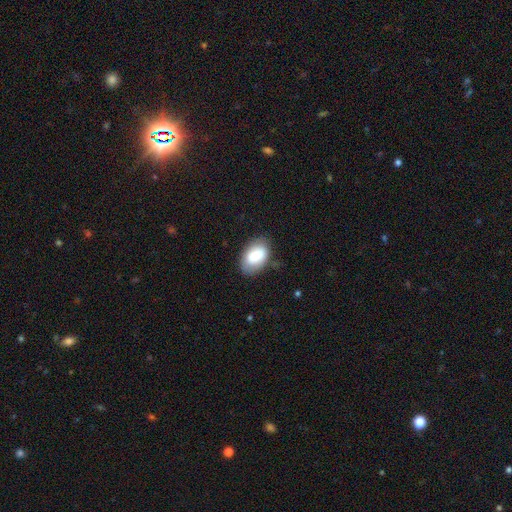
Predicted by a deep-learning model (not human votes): Q: Smooth or featured?
A: smooth (77%); runner-up: featured or disk (16%)
Q: How rounded?
A: in between (91%); runner-up: round (7%)
Q: Merging?
A: none (74%); runner-up: minor disturbance (19%)